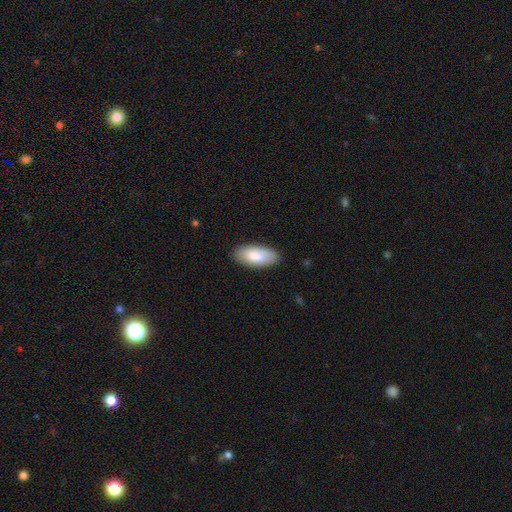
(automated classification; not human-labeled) Q: Smooth or featured?
A: smooth (85%); runner-up: featured or disk (9%)
Q: How rounded?
A: in between (89%); runner-up: cigar-shaped (9%)
Q: Merging?
A: none (87%); runner-up: minor disturbance (10%)